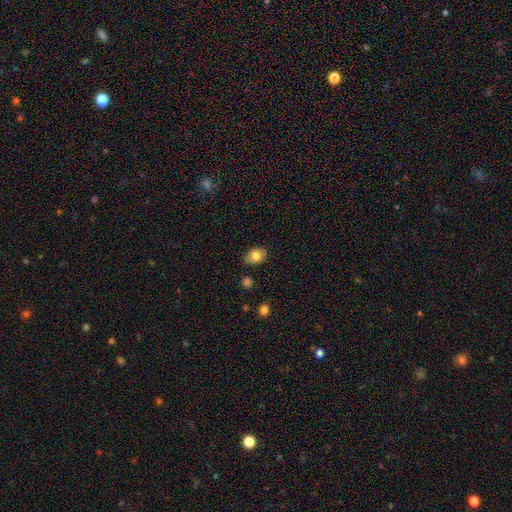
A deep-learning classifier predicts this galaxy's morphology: smooth_or_featured: smooth (p=0.81) [alt: featured or disk p=0.10]
how_rounded: in between (p=0.65) [alt: round p=0.34]
merging: none (p=0.80) [alt: minor disturbance p=0.15]